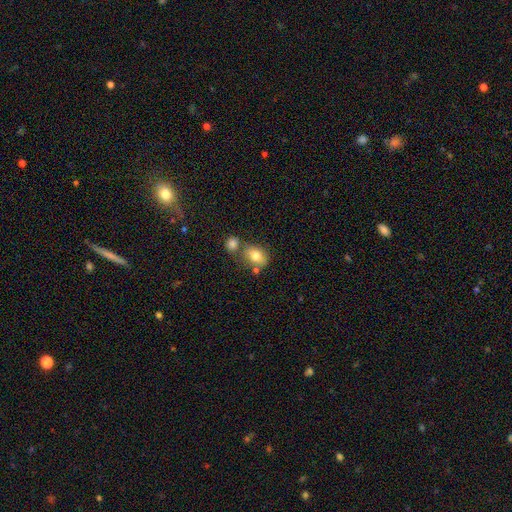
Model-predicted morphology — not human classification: type=smooth (79%); roundness=in between (57%); merging=none (54%).